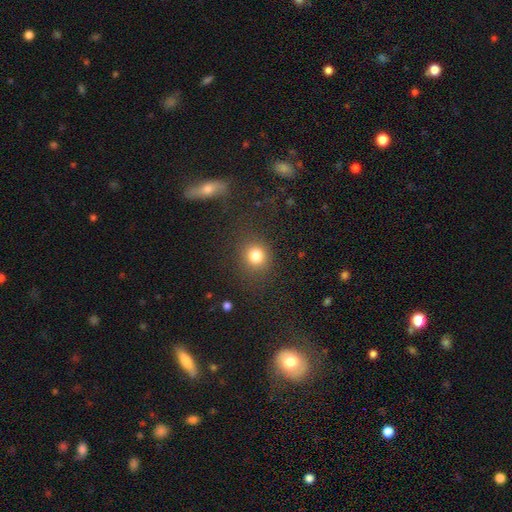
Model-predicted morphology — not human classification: The model was most divided on "how rounded": round: 82%, in between: 17%, cigar-shaped: 1%. More confident: smooth or featured — smooth (81%); merging — none (81%).